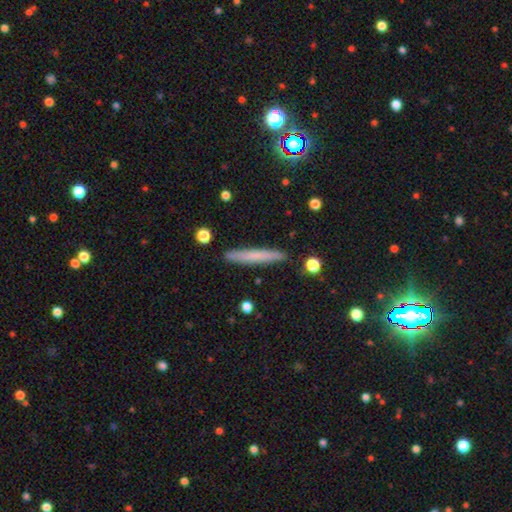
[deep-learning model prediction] Overall: smooth (66%). How rounded: cigar-shaped (95%). Merging: none (90%).